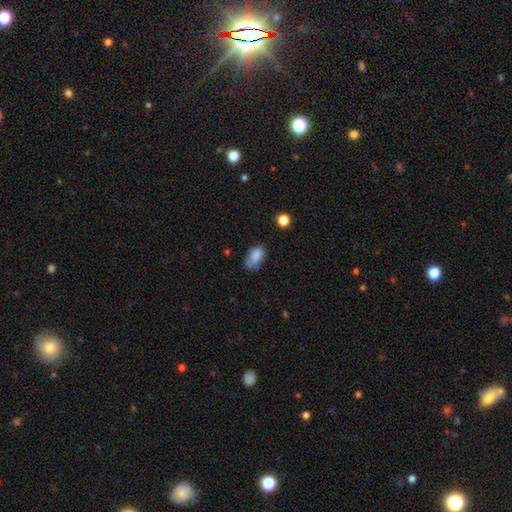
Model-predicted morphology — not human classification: smooth-or-featured: smooth: 82% | star or artifact: 9% | featured or disk: 9%
  how-rounded: in between: 90% | round: 8% | cigar-shaped: 2%
  merging: none: 58% | minor disturbance: 31% | major disturbance: 9% | merger: 3%